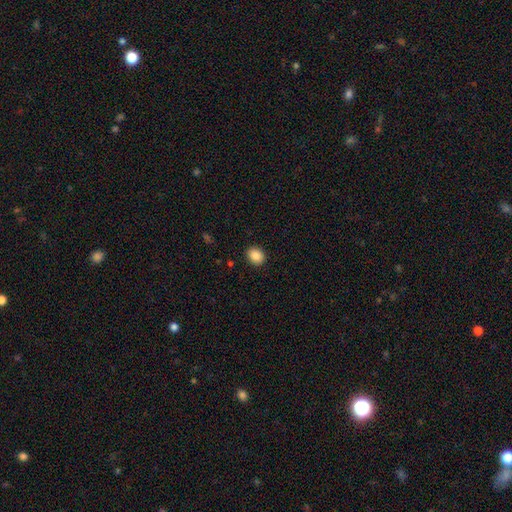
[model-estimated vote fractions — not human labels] A smooth galaxy with no disk features (87%) that is round (59%). Merging: none (91%).